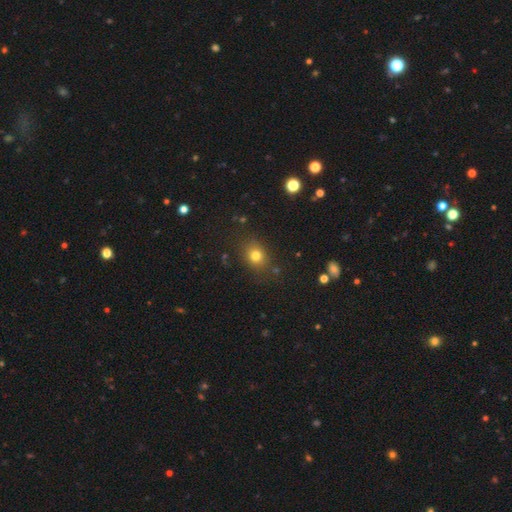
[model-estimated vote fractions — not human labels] Q: Smooth or featured?
A: smooth (77%); runner-up: star or artifact (15%)
Q: How rounded?
A: round (62%); runner-up: in between (37%)
Q: Merging?
A: none (81%); runner-up: minor disturbance (12%)